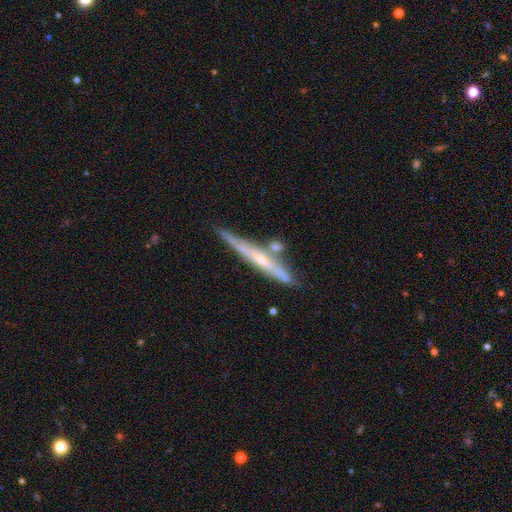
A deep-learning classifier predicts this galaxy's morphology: Smooth or featured?
  - featured or disk: 69% *
  - smooth: 24%
  - star or artifact: 7%
Edge-on disk?
  - yes: 96% *
  - no: 4%
Edge-on bulge?
  - rounded: 56% *
  - none: 38%
  - boxy: 6%
Merging?
  - none: 73% *
  - minor disturbance: 14%
  - merger: 10%
  - major disturbance: 3%